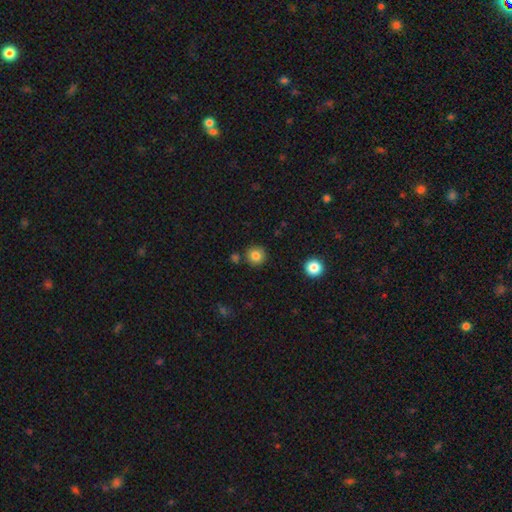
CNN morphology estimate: type=smooth (83%); roundness=round (93%); merging=none (85%).